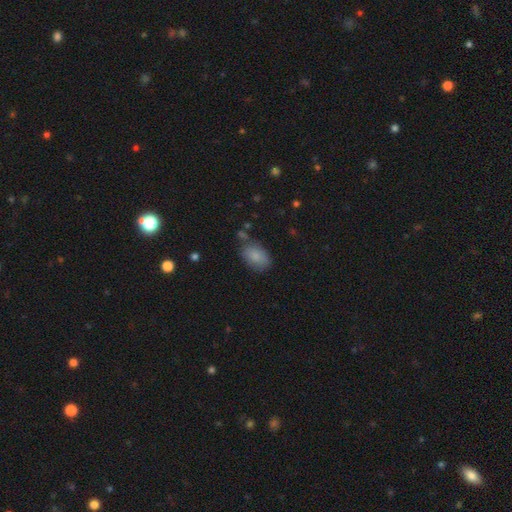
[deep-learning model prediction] Overall: smooth (85%). How rounded: in between (89%). Merging: none (69%).